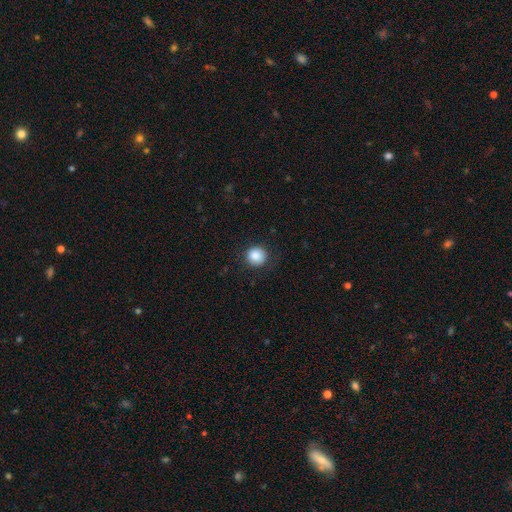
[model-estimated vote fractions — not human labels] A smooth galaxy with no disk features (87%) that is round (91%). Merging: none (86%).